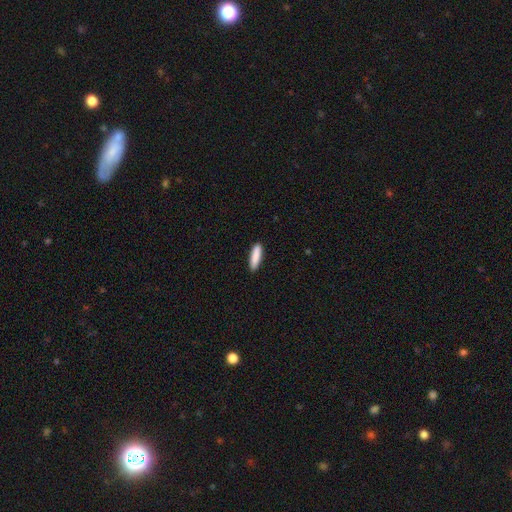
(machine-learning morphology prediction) A smooth galaxy with no disk features (88%) that is cigar-shaped (72%).

Vote fractions:
- Smooth or featured? smooth: 88% / featured or disk: 6% / star or artifact: 6%
- How rounded? cigar-shaped: 72% / in between: 27% / round: 1%
- Merging? none: 90% / minor disturbance: 8% / major disturbance: 2% / merger: 1%